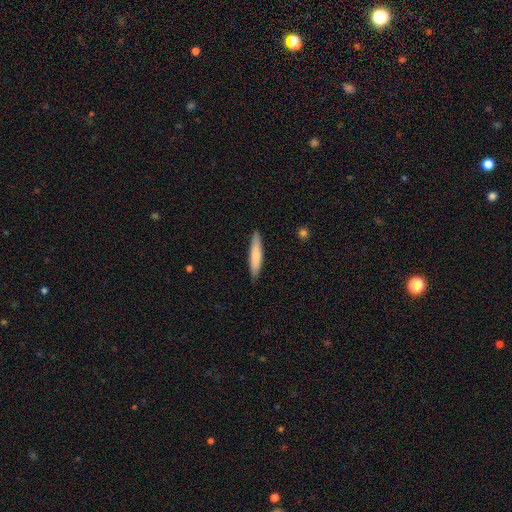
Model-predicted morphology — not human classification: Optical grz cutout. It shows a smooth galaxy with no disk features (75%) that is cigar-shaped (87%). Merging: none (88%).